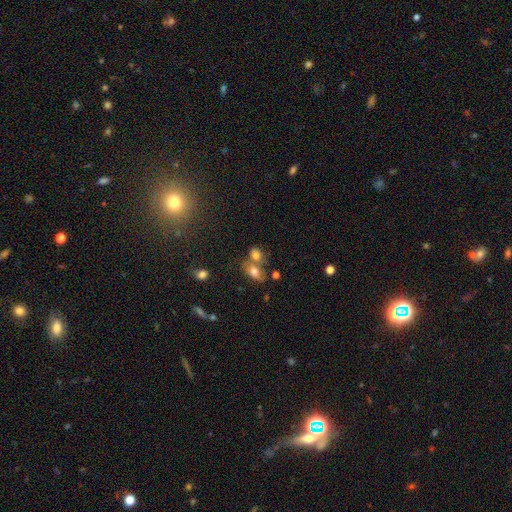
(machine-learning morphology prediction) Q: Smooth or featured?
A: smooth (75%); runner-up: featured or disk (13%)
Q: How rounded?
A: in between (73%); runner-up: round (24%)
Q: Merging?
A: none (44%); runner-up: merger (40%)